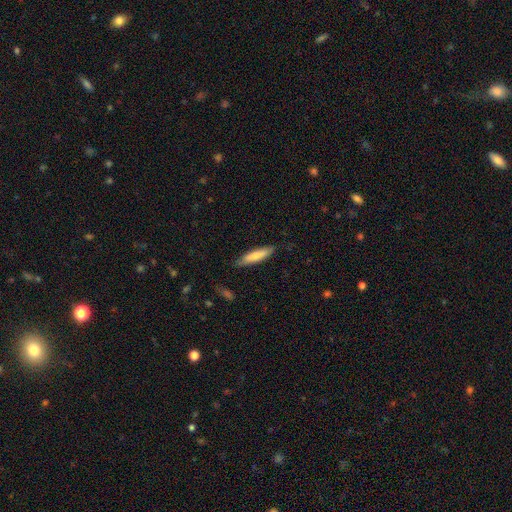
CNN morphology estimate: smooth-or-featured: smooth: 75% | featured or disk: 19% | star or artifact: 6%
  how-rounded: cigar-shaped: 81% | in between: 18% | round: 1%
  merging: none: 84% | minor disturbance: 12% | major disturbance: 2% | merger: 1%